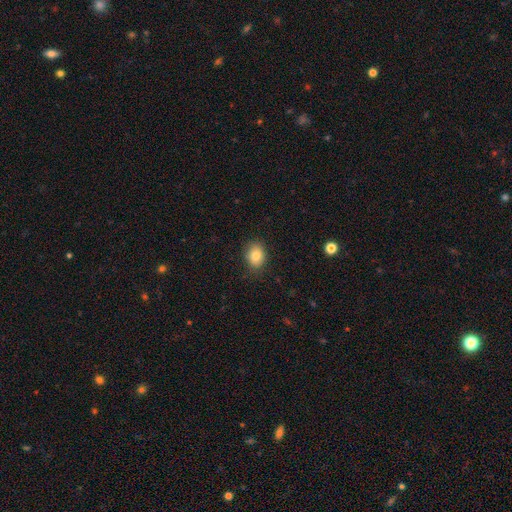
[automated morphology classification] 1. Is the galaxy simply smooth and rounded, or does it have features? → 82% smooth, 9% star or artifact, 8% featured or disk.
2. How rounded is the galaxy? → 64% in between, 35% round, 1% cigar-shaped.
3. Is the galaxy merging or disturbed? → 84% none, 12% minor disturbance, 3% major disturbance, 1% merger.